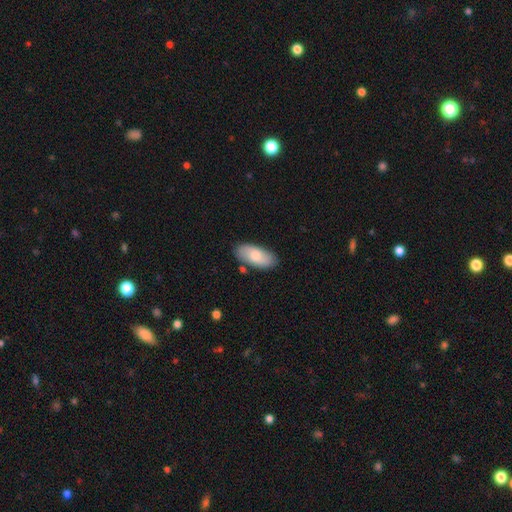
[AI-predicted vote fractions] The model was most divided on "smooth or featured": smooth: 77%, featured or disk: 18%, star or artifact: 6%. More confident: how rounded — in between (91%); merging — none (81%).